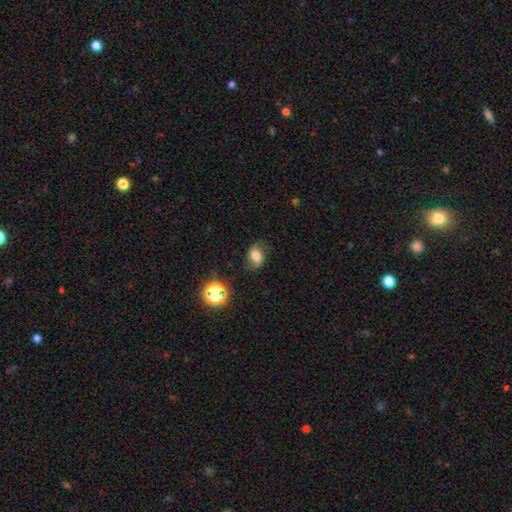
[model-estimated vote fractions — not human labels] Smooth or featured: smooth — 58% (featured or disk — 27%)
How rounded: in between — 66% (round — 32%)
Merging: none — 68% (minor disturbance — 22%)